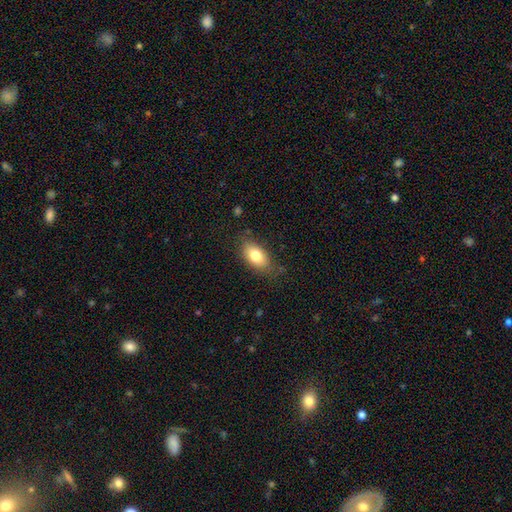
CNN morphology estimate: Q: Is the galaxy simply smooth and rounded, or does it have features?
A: smooth — 79%.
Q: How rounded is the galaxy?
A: in between — 89%.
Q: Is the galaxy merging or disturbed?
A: none — 77%.